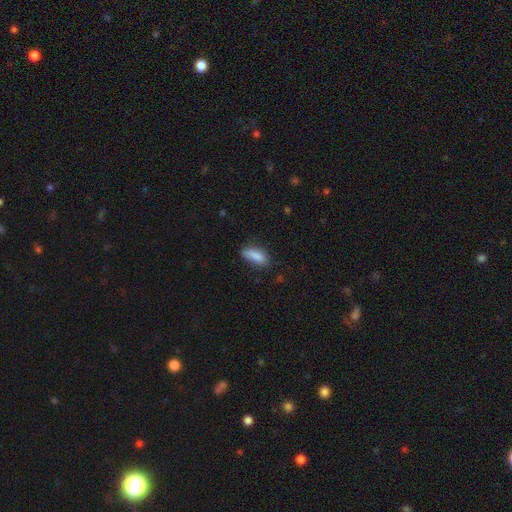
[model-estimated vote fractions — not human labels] Smooth or featured: smooth — 85% (star or artifact — 8%)
How rounded: in between — 77% (cigar-shaped — 21%)
Merging: none — 64% (minor disturbance — 27%)